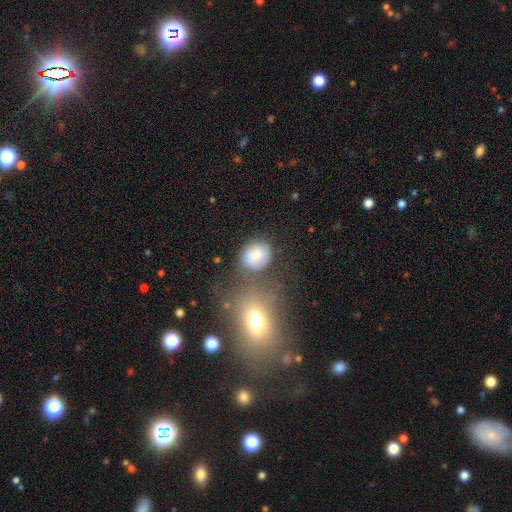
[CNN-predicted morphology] smooth-or-featured: smooth: 66% | featured or disk: 25% | star or artifact: 10%
  how-rounded: round: 70% | in between: 29% | cigar-shaped: 1%
  merging: none: 59% | minor disturbance: 18% | merger: 15% | major disturbance: 8%